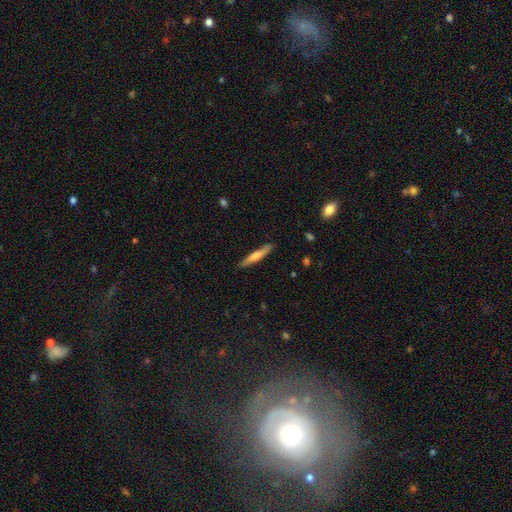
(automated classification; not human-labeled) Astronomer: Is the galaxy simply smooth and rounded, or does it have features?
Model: smooth — 53% (runner-up: featured or disk, 40%).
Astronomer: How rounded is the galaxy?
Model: cigar-shaped — 93%.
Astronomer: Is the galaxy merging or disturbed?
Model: none — 89%.